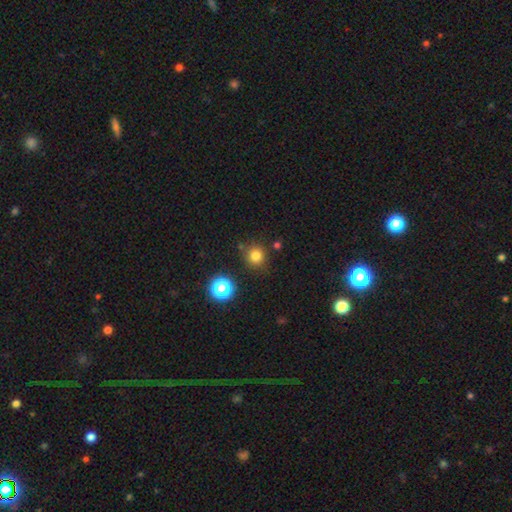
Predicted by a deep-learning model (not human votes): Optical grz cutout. It shows a smooth galaxy with no disk features (78%) that is round (93%). Merging: none (84%).